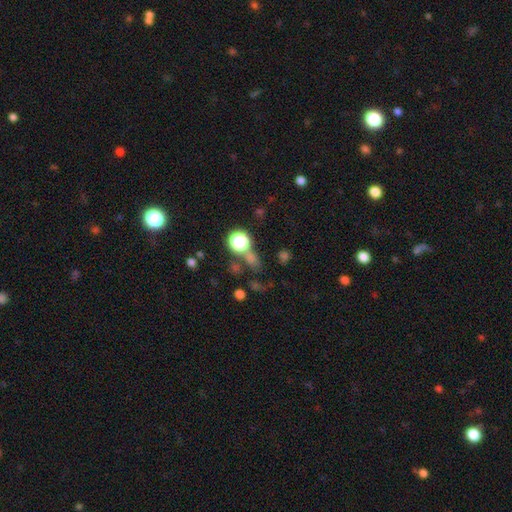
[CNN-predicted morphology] A smooth galaxy with no disk features (53%) that is round (74%).

Vote fractions:
- Smooth or featured? smooth: 53% / star or artifact: 39% / featured or disk: 8%
- How rounded? round: 74% / in between: 23% / cigar-shaped: 3%
- Merging? none: 62% / merger: 16% / minor disturbance: 12% / major disturbance: 9%